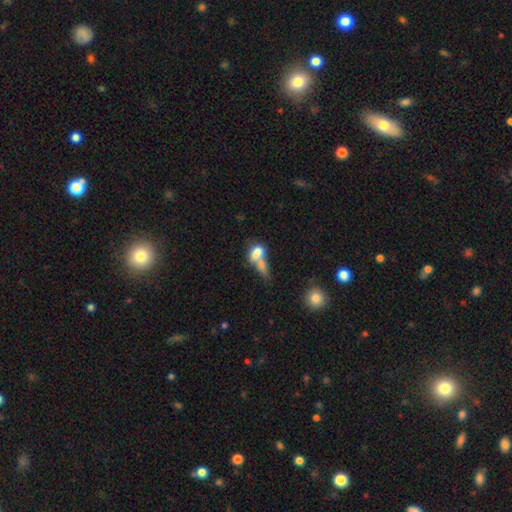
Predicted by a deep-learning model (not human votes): Smooth or featured? Predicted: smooth (p=0.69). How rounded? Predicted: in between (p=0.75). Merging? Predicted: merger (p=0.69).